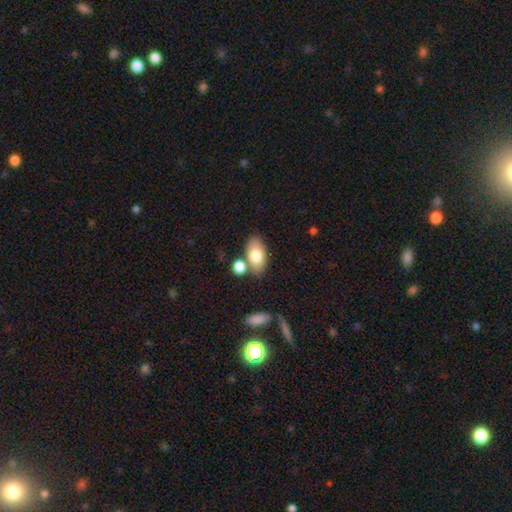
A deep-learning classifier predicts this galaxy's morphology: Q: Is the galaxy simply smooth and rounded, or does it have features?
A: smooth — 78%.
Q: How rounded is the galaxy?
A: in between — 91%.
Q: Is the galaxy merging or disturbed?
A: none — 66%.